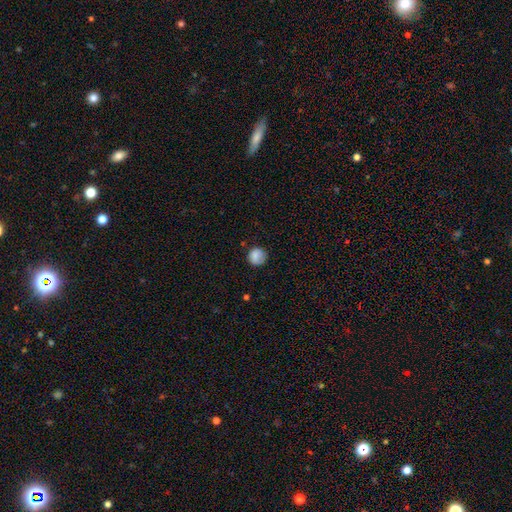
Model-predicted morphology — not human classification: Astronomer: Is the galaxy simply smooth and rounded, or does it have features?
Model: smooth — 82%.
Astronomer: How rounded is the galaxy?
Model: round — 90%.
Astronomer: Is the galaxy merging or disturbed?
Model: none — 74%.